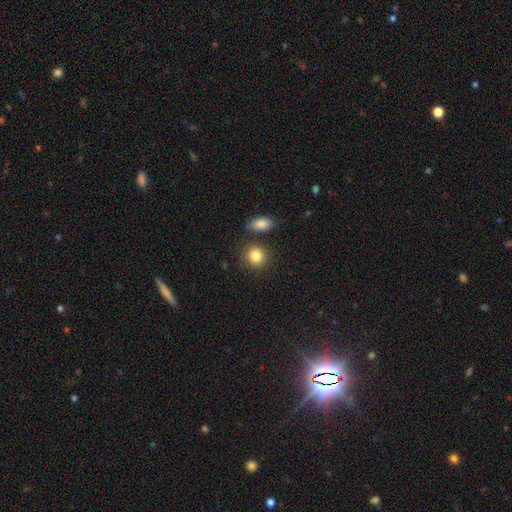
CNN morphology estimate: This appears to be a smooth galaxy with no disk features (86%) that is round (77%). Merging: none (76%).